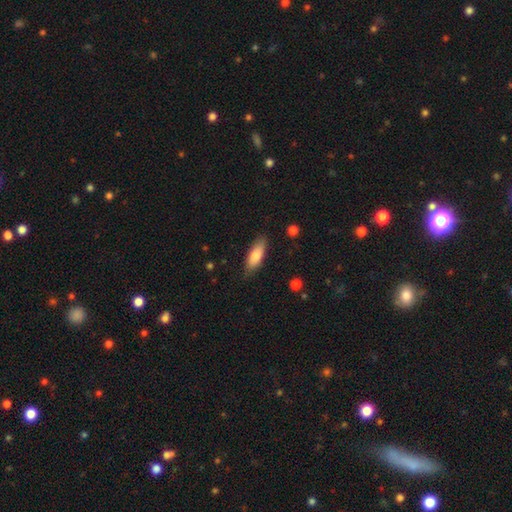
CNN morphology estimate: Smooth or featured? smooth (80%)
How rounded? in between (64%)
Merging? none (82%)